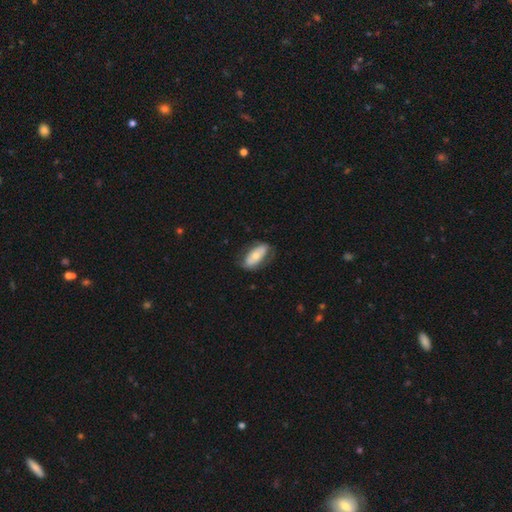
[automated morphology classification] Q: Smooth or featured?
A: smooth (57%); runner-up: featured or disk (37%)
Q: How rounded?
A: in between (87%); runner-up: cigar-shaped (9%)
Q: Merging?
A: none (68%); runner-up: minor disturbance (22%)